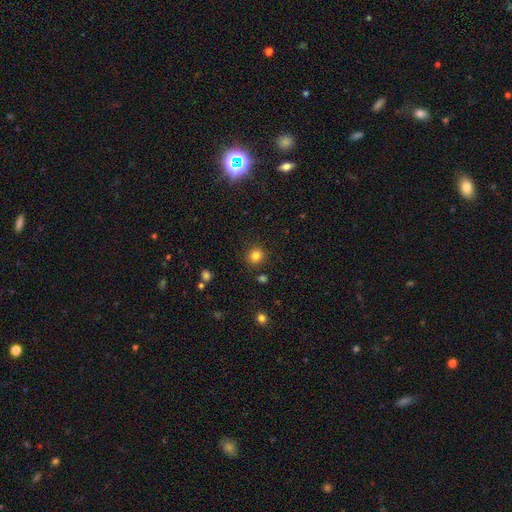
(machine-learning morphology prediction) This appears to be a smooth galaxy with no disk features (82%) that is round (90%). Merging: none (88%).